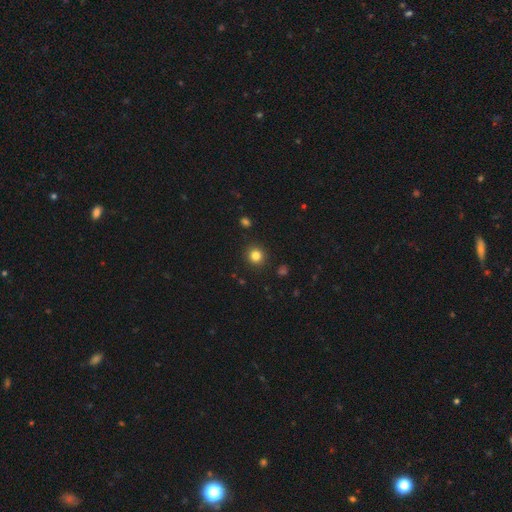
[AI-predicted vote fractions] This appears to be a smooth galaxy with no disk features (82%) that is round (91%). Merging: none (91%).